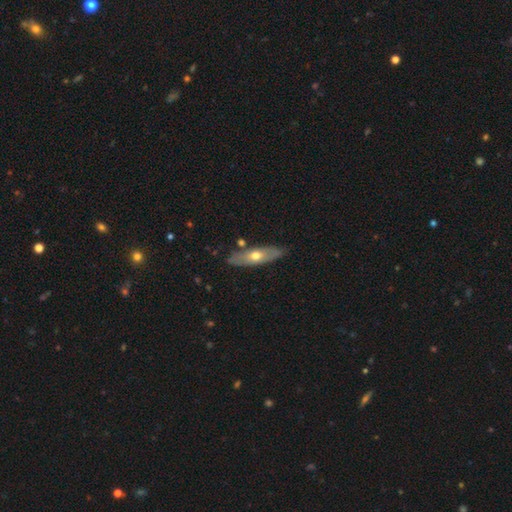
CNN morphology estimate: A smooth galaxy with no disk features (50%). Merging: none (82%).